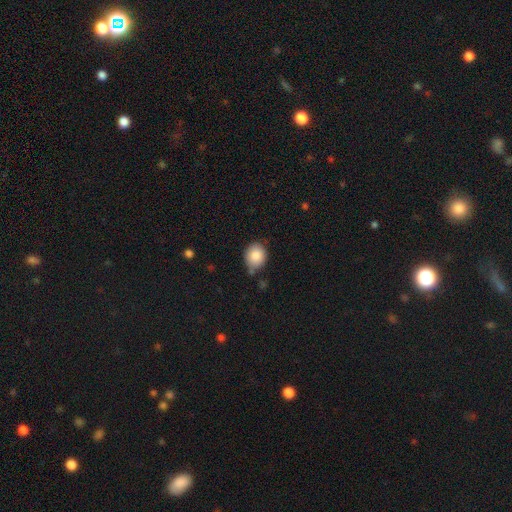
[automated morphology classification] smooth-or-featured: smooth: 86% | star or artifact: 8% | featured or disk: 6%
  how-rounded: round: 67% | in between: 32% | cigar-shaped: 1%
  merging: none: 71% | minor disturbance: 20% | merger: 5% | major disturbance: 4%